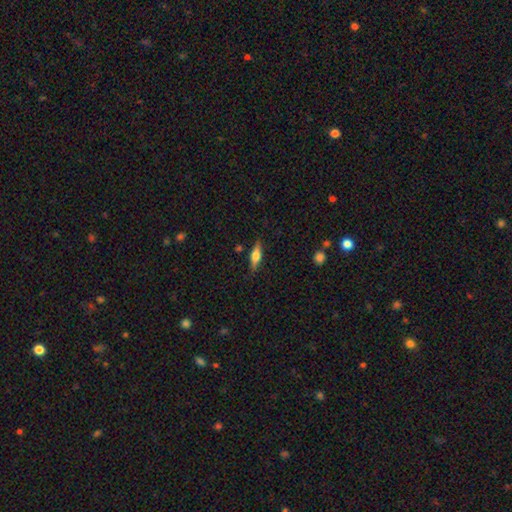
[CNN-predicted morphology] Smooth or featured? smooth (48%)
Merging? none (85%)